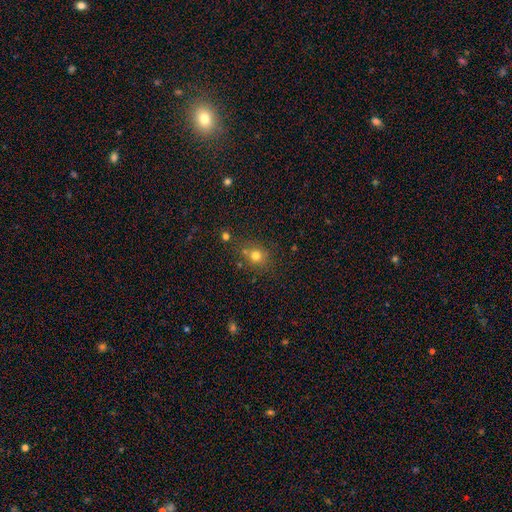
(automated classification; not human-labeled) Smooth or featured: smooth — 74% (star or artifact — 16%)
How rounded: round — 78% (in between — 21%)
Merging: none — 69% (merger — 13%)